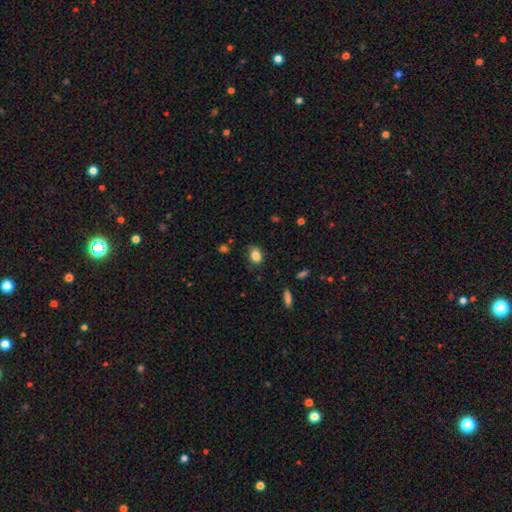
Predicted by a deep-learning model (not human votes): A smooth galaxy with no disk features (85%) that is in between round and cigar-shaped (70%).

Vote fractions:
- Smooth or featured? smooth: 85% / star or artifact: 10% / featured or disk: 6%
- How rounded? in between: 70% / round: 29% / cigar-shaped: 1%
- Merging? none: 79% / minor disturbance: 16% / major disturbance: 4% / merger: 2%